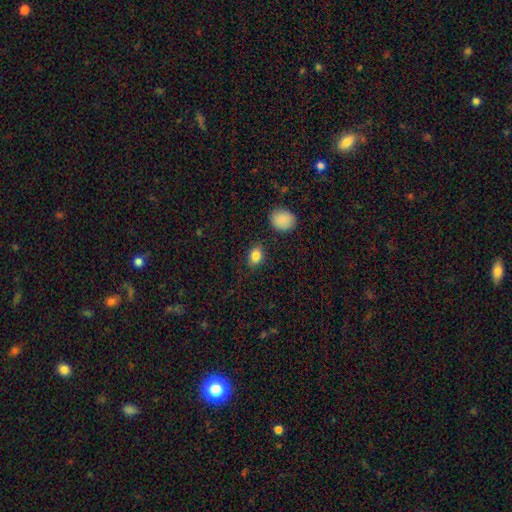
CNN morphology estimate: Smooth or featured? smooth (84%)
How rounded? in between (70%)
Merging? none (85%)